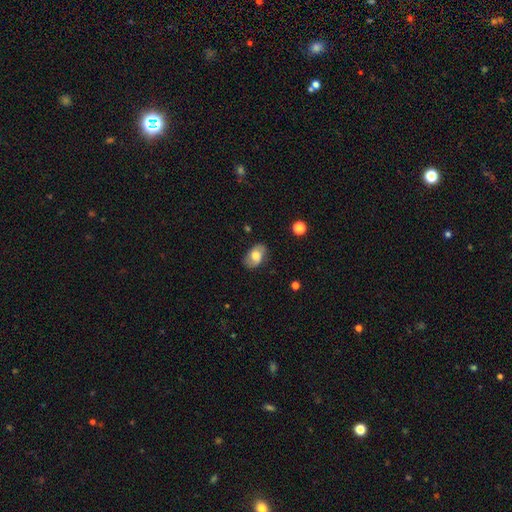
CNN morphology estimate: A smooth galaxy with no disk features (65%) that is in between round and cigar-shaped (88%). Merging: none (78%).